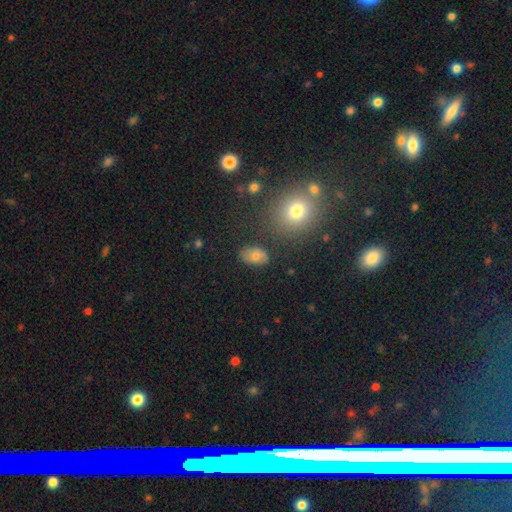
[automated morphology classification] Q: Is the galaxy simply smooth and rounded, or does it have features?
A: smooth — 67%.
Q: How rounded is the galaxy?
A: in between — 79%.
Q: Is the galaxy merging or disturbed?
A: none — 79%.